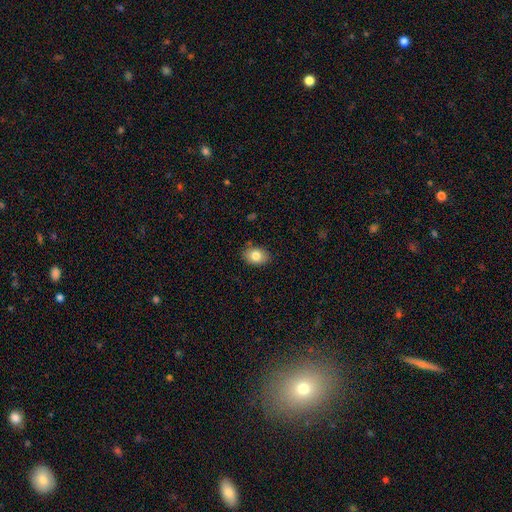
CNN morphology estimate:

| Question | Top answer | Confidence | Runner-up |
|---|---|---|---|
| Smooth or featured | smooth | 82% | featured or disk (10%) |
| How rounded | in between | 74% | round (25%) |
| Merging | none | 86% | minor disturbance (10%) |